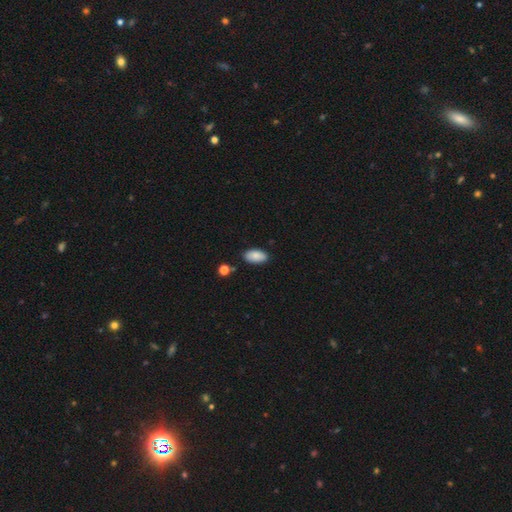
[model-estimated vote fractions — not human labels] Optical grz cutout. It shows a smooth galaxy with no disk features (87%) that is in between round and cigar-shaped (94%). Merging: none (85%).